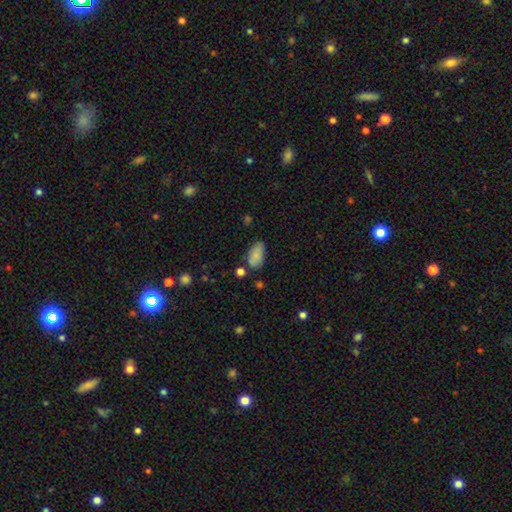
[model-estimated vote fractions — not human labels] smooth 85%, star or artifact 8%, featured or disk 7%. Down the decision tree: how rounded — in between (93%); merging — none (67%).